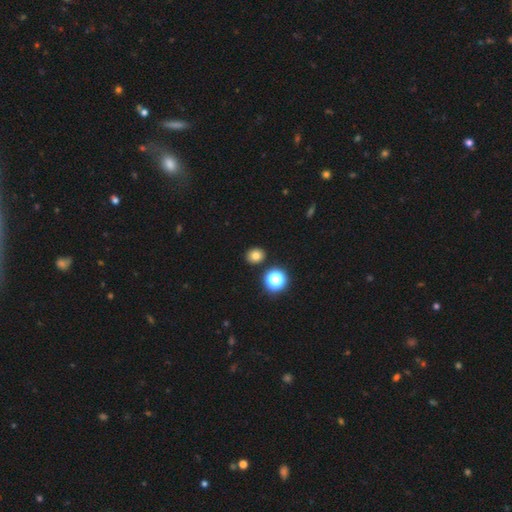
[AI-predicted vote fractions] smooth 76%, star or artifact 17%, featured or disk 7%. Down the decision tree: how rounded — round (70%); merging — none (88%).